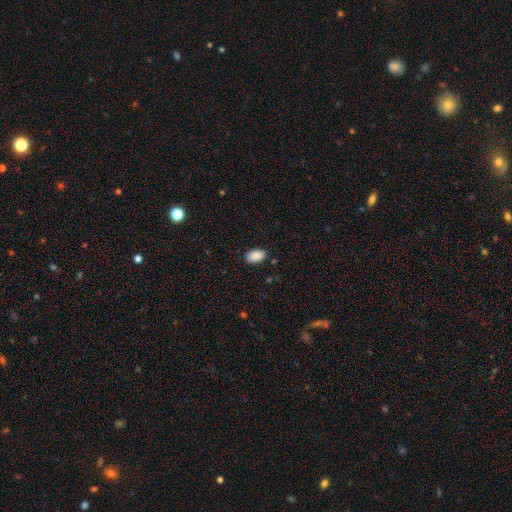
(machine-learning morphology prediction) Smooth or featured? smooth (89%)
How rounded? in between (93%)
Merging? none (86%)